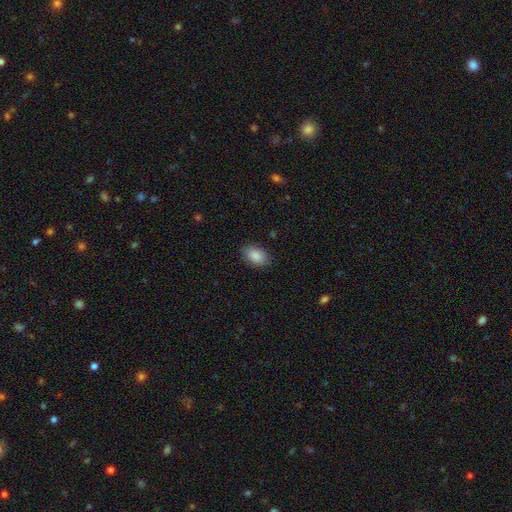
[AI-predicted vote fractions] This appears to be a smooth galaxy with no disk features (89%) that is in between round and cigar-shaped (91%). Merging: none (86%).